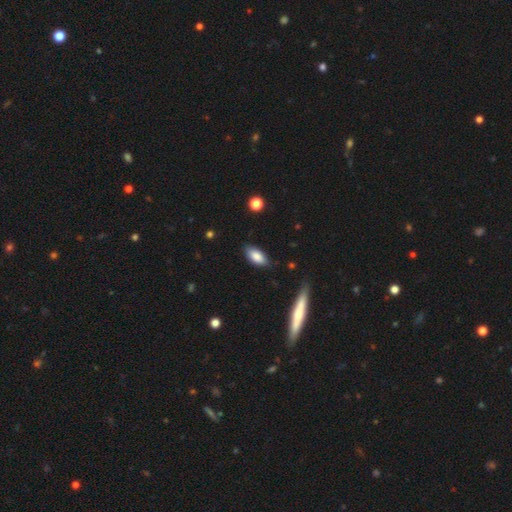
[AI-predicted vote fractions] Smooth or featured?
  - smooth: 85% *
  - featured or disk: 8%
  - star or artifact: 7%
How rounded?
  - in between: 88% *
  - cigar-shaped: 9%
  - round: 3%
Merging?
  - none: 82% *
  - minor disturbance: 13%
  - major disturbance: 3%
  - merger: 1%